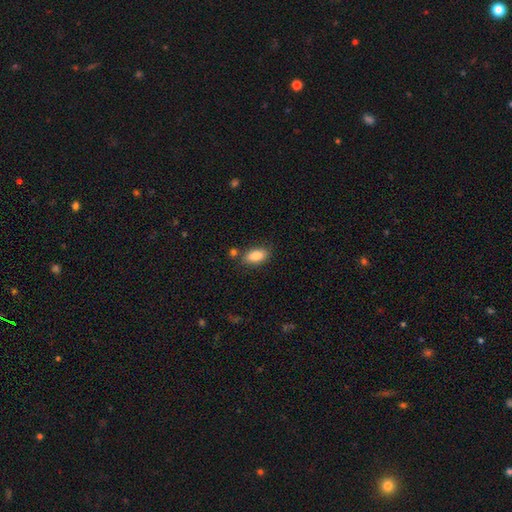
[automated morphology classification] This appears to be a smooth galaxy with no disk features (87%) that is in between round and cigar-shaped (90%). Merging: none (79%).